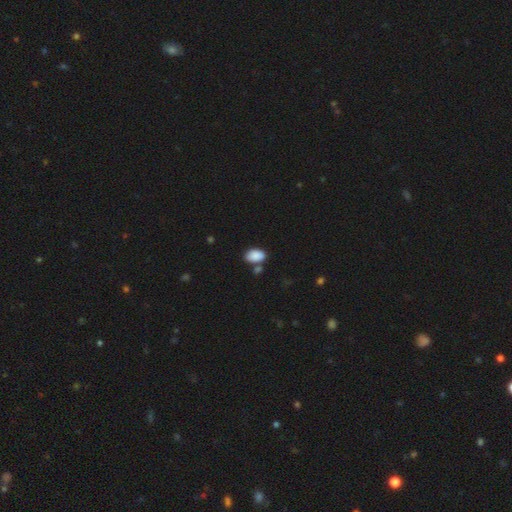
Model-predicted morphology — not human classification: smooth_or_featured: smooth (p=0.88) [alt: star or artifact p=0.07]
how_rounded: in between (p=0.91) [alt: round p=0.08]
merging: none (p=0.67) [alt: merger p=0.15]